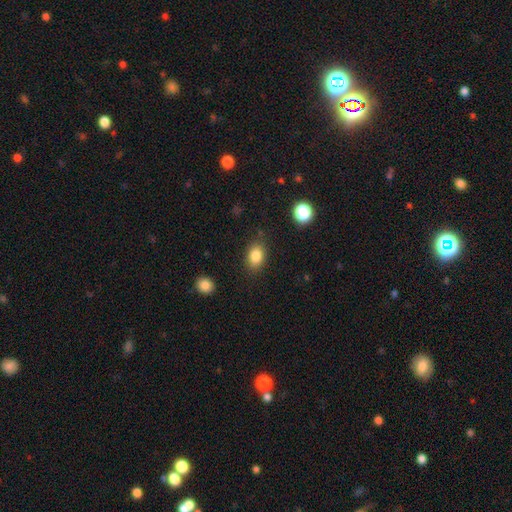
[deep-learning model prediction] The model was most divided on "how rounded": in between: 76%, round: 23%, cigar-shaped: 1%. More confident: merging — none (84%); smooth or featured — smooth (84%).